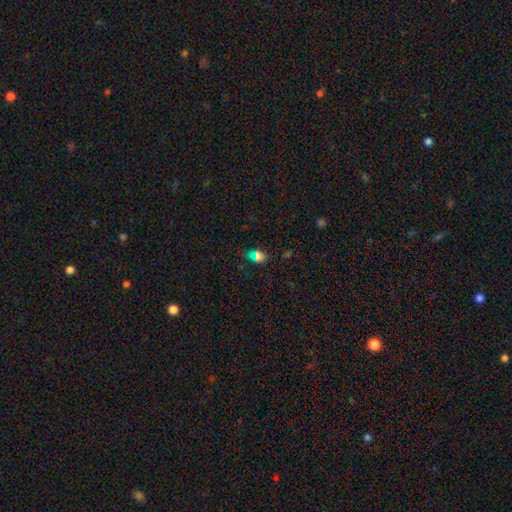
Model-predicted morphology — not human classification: Smooth or featured? smooth (67%)
How rounded? in between (76%)
Merging? none (70%)